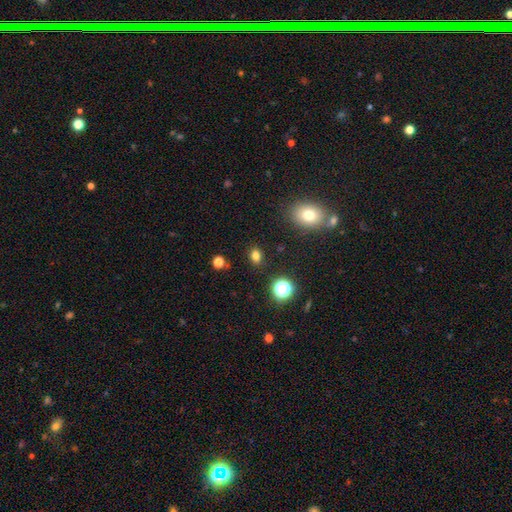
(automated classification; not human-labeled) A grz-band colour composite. It shows a smooth galaxy with no disk features (78%) that is in between round and cigar-shaped (60%). Merging: none (87%).